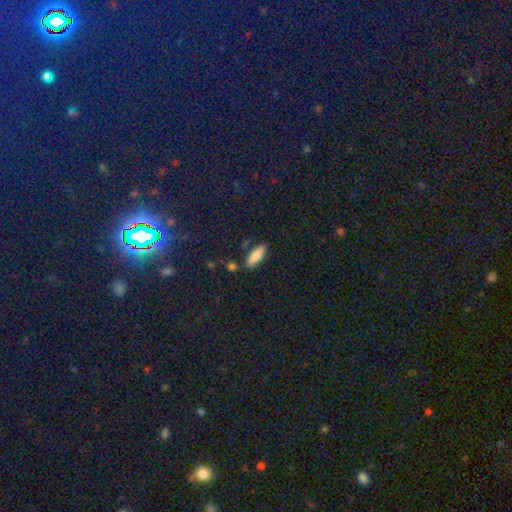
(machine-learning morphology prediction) smooth_or_featured: smooth (p=0.84) [alt: featured or disk p=0.08]
how_rounded: in between (p=0.56) [alt: cigar-shaped p=0.41]
merging: none (p=0.83) [alt: minor disturbance p=0.11]